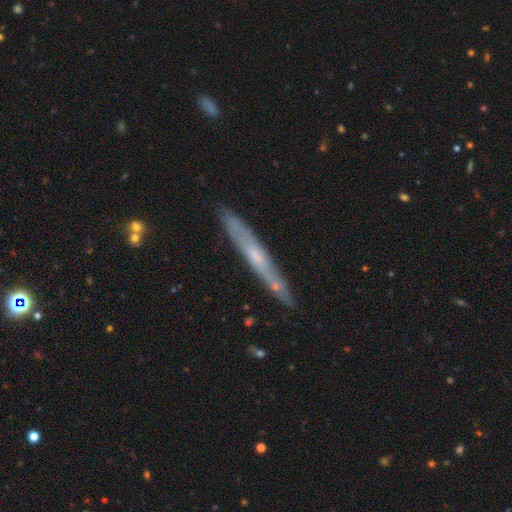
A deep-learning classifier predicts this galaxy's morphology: smooth-or-featured: featured or disk: 63% | smooth: 30% | star or artifact: 7%
  disk-edge-on: yes: 89% | no: 11%
    edge-on-bulge: none: 61% | rounded: 32% | boxy: 7%
  merging: none: 82% | minor disturbance: 13% | major disturbance: 2% | merger: 2%